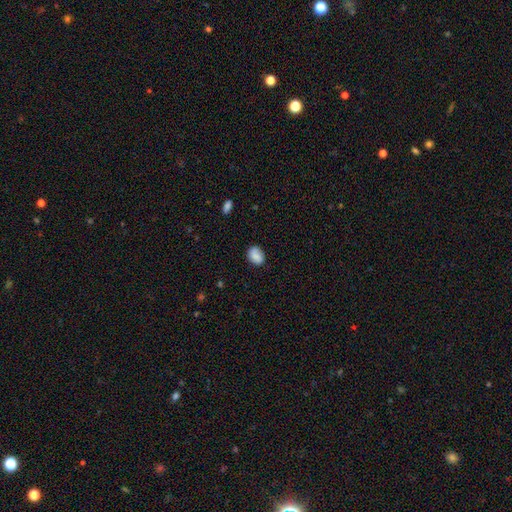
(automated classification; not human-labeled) Overall: smooth (83%). How rounded: in between (67%; round 32%). Merging: none (76%).